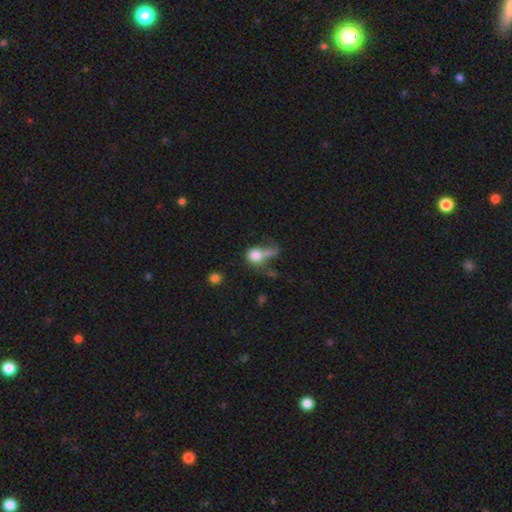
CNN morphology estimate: type=smooth (77%); roundness=round (73%); merging=merger (40%).